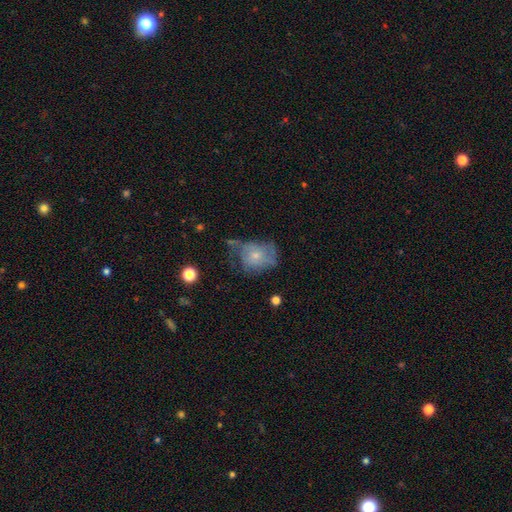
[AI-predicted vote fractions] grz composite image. It shows a featured or disk galaxy (46%). Merging: none (33%).